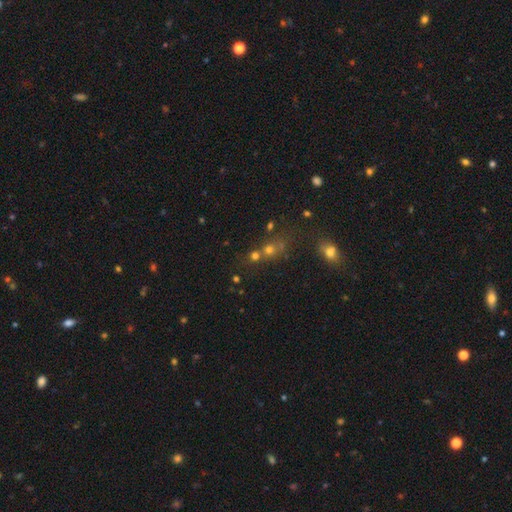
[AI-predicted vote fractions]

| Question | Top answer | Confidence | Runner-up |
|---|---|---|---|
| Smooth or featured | smooth | 49% | star or artifact (36%) |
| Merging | none | 48% | merger (39%) |